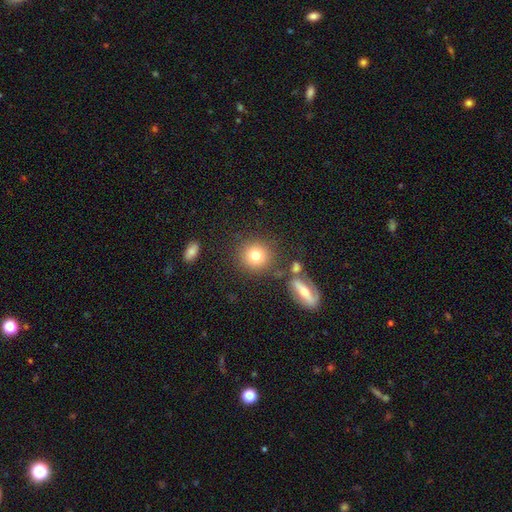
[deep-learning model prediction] smooth 78%, star or artifact 11%, featured or disk 11%. Down the decision tree: how rounded — round (90%); merging — none (79%).